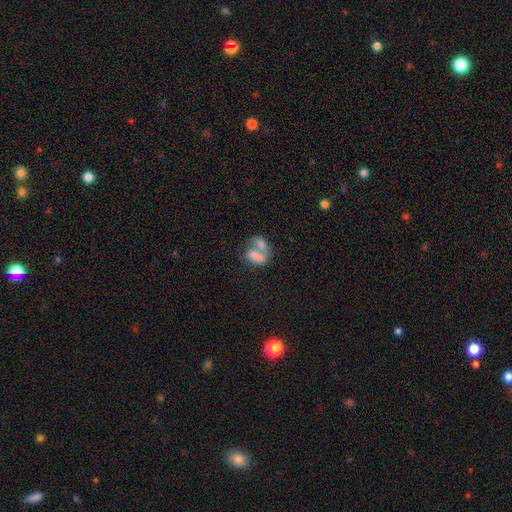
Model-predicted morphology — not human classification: This appears to be a smooth galaxy with no disk features (72%) that is in between round and cigar-shaped (81%). Merging: merger (70%).